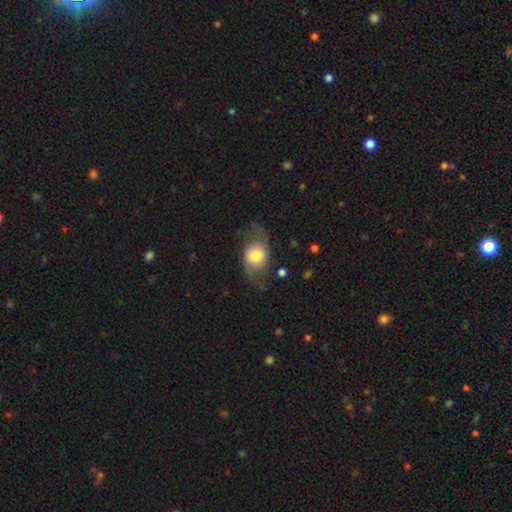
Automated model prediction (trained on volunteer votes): A smooth galaxy with no disk features (54%) that is in between round and cigar-shaped (58%). Merging: none (65%).